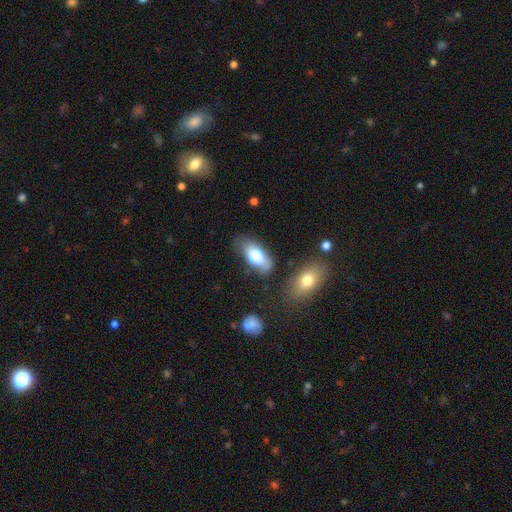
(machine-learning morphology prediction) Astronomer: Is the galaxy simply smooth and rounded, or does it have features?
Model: smooth — 74%.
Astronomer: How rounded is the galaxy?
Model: in between — 91%.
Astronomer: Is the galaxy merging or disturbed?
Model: none — 60%.